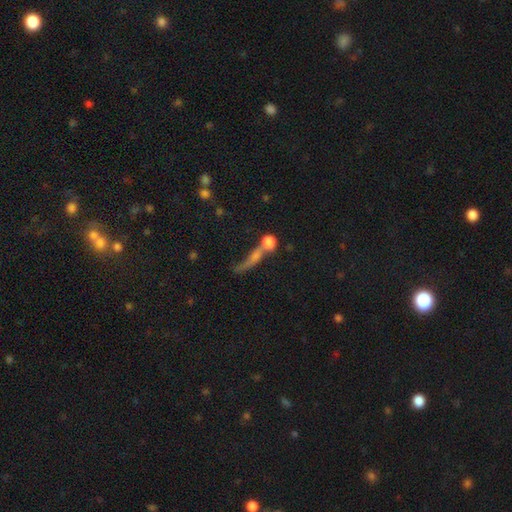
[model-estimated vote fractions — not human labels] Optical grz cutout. It shows a smooth galaxy with no disk features (49%). Merging: merger (39%).